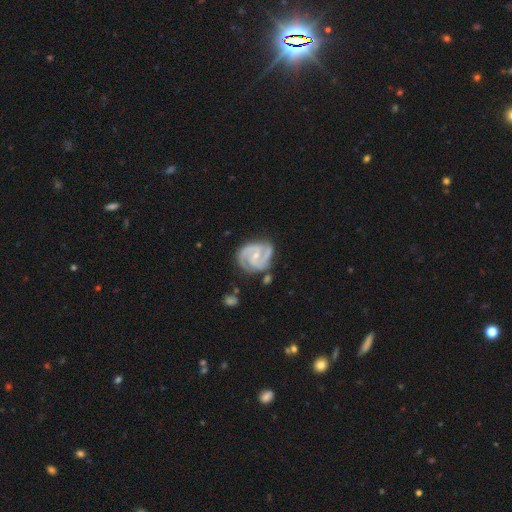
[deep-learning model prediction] Morphology: type=featured or disk (91%); edge-on=no (98%); bar=no (49%); spiral arms=yes (98%); winding=tight (49%); arm count=2 (55%); bulge=small (61%); merging=none (67%).